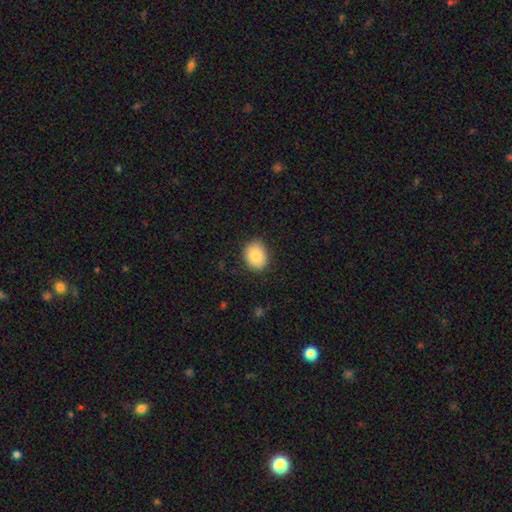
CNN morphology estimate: Smooth or featured? smooth (85%)
How rounded? in between (51%)
Merging? none (85%)